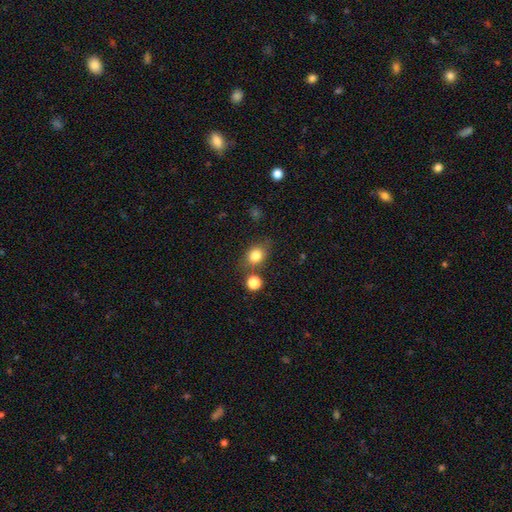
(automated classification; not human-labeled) Smooth or featured: smooth — 80% (star or artifact — 11%)
How rounded: round — 49% (tied with in between — 49%)
Merging: none — 67% (minor disturbance — 16%)